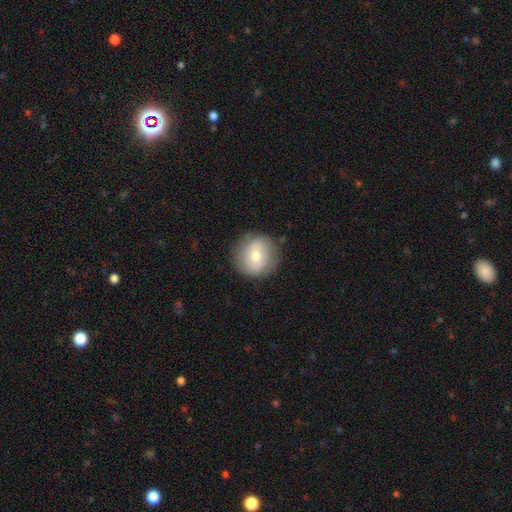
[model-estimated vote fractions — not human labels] The model was most divided on "smooth or featured": smooth: 62%, featured or disk: 31%, star or artifact: 7%. More confident: how rounded — round (88%); merging — none (81%).